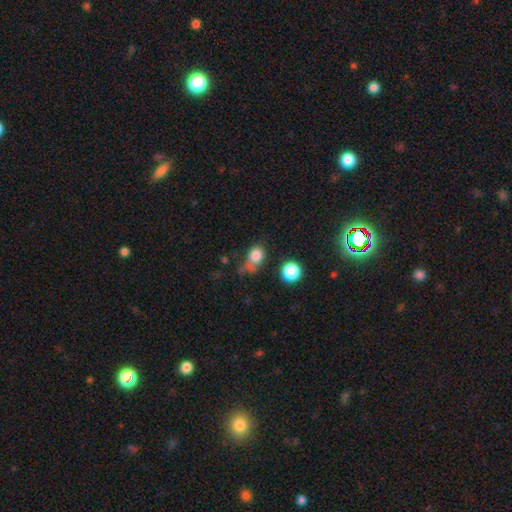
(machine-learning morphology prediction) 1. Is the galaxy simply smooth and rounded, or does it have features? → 79% smooth, 12% star or artifact, 8% featured or disk.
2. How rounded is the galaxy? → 61% round, 37% in between, 2% cigar-shaped.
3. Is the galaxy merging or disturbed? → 41% none, 25% minor disturbance, 18% major disturbance, 16% merger.